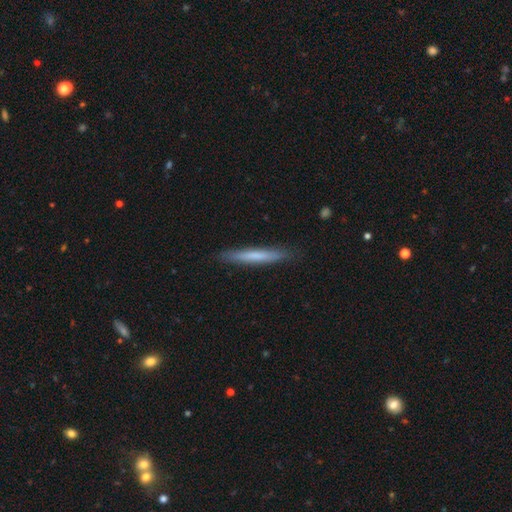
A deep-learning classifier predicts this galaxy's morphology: type=smooth (64%); roundness=cigar-shaped (96%); merging=none (89%).